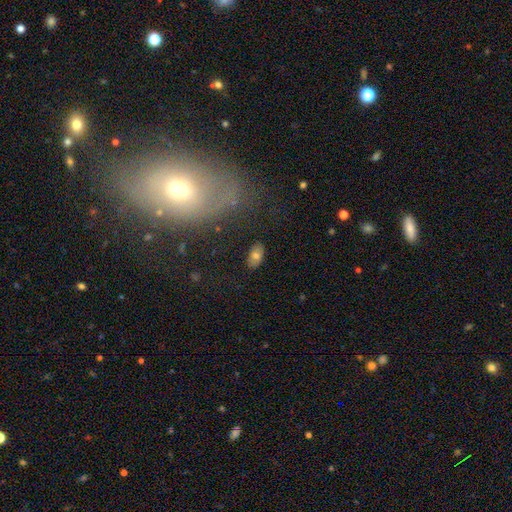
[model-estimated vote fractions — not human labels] smooth 74%, featured or disk 16%, star or artifact 10%. Down the decision tree: how rounded — in between (92%); merging — none (84%).